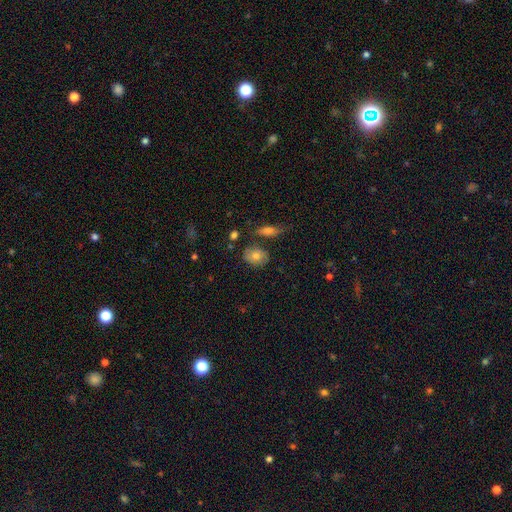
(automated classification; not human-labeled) Smooth or featured: smooth — 69% (featured or disk — 21%)
How rounded: in between — 52% (round — 46%)
Merging: none — 70% (minor disturbance — 16%)